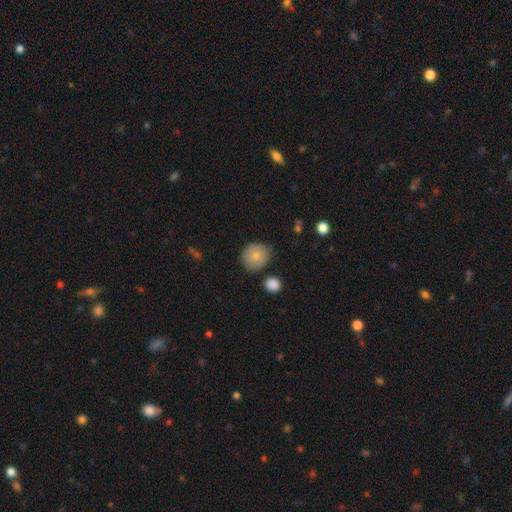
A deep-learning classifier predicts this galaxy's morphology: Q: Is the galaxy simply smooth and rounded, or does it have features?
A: smooth — 81%.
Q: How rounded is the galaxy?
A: round — 77%.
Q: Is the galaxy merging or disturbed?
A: none — 71%.